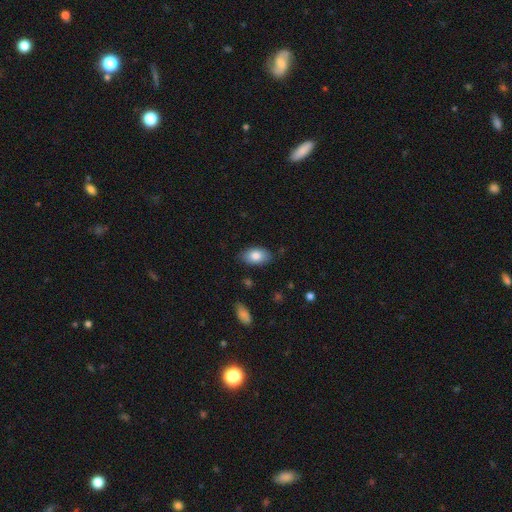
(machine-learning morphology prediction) A smooth galaxy with no disk features (83%) that is in between round and cigar-shaped (93%).

Vote fractions:
- Smooth or featured? smooth: 83% / featured or disk: 11% / star or artifact: 7%
- How rounded? in between: 93% / round: 5% / cigar-shaped: 2%
- Merging? none: 82% / minor disturbance: 14% / major disturbance: 3% / merger: 1%